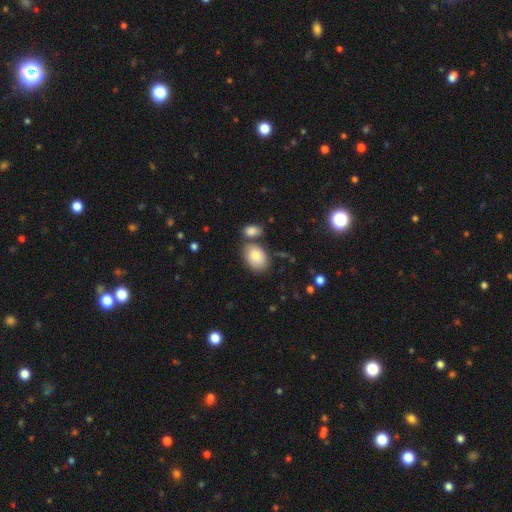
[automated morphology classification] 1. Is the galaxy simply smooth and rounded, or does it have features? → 81% smooth, 12% featured or disk, 7% star or artifact.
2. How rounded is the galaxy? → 82% in between, 17% round, 1% cigar-shaped.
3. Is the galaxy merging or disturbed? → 63% none, 19% merger, 14% minor disturbance, 4% major disturbance.